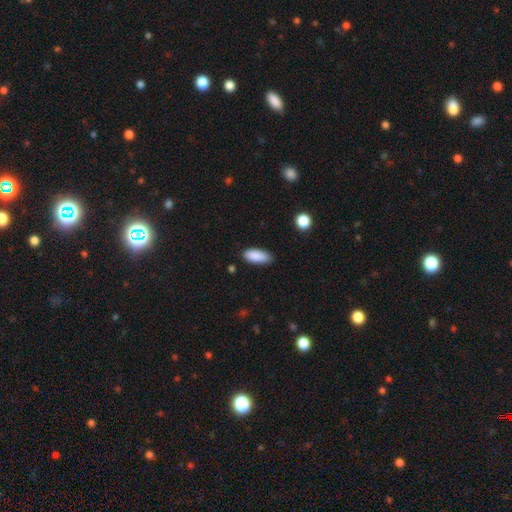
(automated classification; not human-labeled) Smooth or featured? Predicted: smooth (p=0.89). How rounded? Predicted: in between (p=0.82). Merging? Predicted: none (p=0.79).